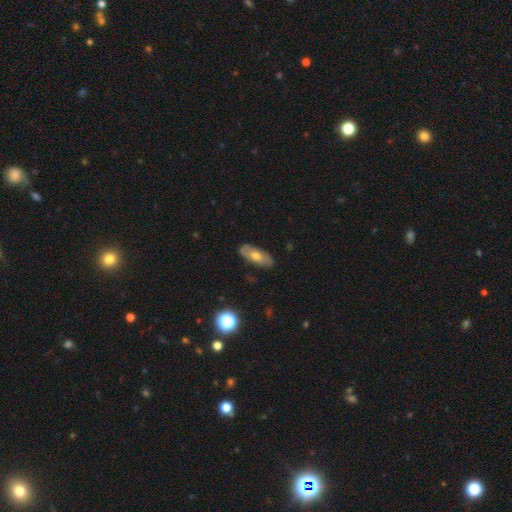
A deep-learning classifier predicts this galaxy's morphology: Smooth or featured: smooth — 53% (featured or disk — 39%)
How rounded: in between — 80% (cigar-shaped — 16%)
Merging: none — 83% (minor disturbance — 13%)